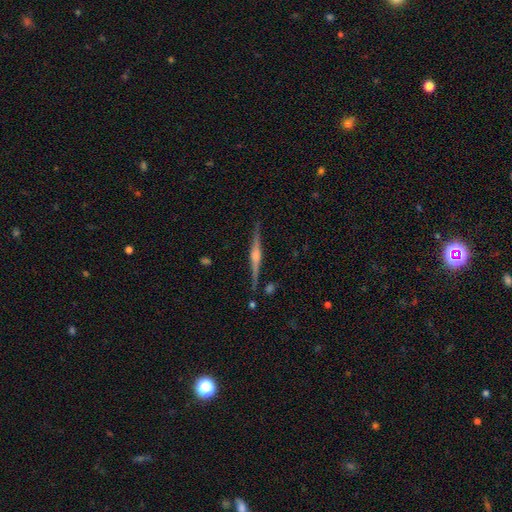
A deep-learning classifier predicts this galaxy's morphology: A featured or disk galaxy (85%) viewed edge-on (98%) with a rounded central bulge (85%).

Vote fractions:
- Smooth or featured? featured or disk: 85% / smooth: 9% / star or artifact: 6%
- Edge-on disk? yes: 98% / no: 2%
- Edge-on bulge? rounded: 85% / boxy: 11% / none: 4%
- Merging? none: 89% / minor disturbance: 7% / merger: 2% / major disturbance: 2%